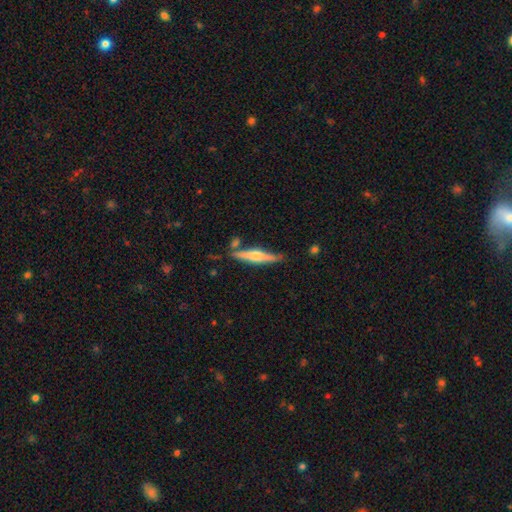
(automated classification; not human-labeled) featured or disk 58%, smooth 36%, star or artifact 6%. Down the decision tree: edge-on disk — yes (96%); edge-on bulge — rounded (83%); merging — none (77%).